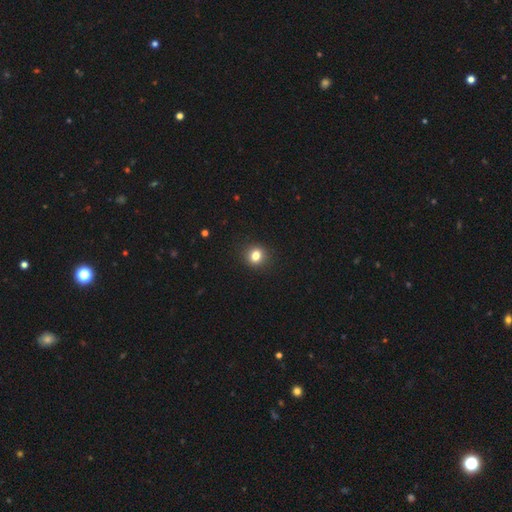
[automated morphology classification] This appears to be a smooth galaxy with no disk features (81%) that is round (79%). Merging: none (91%).